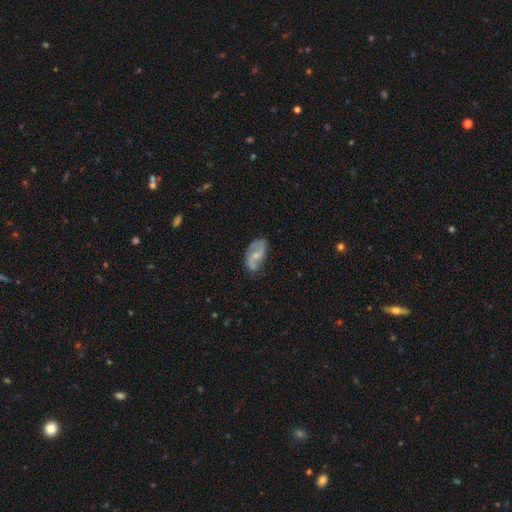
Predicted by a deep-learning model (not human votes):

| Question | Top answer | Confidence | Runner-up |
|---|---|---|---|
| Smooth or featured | featured or disk | 74% | smooth (20%) |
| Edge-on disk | no | 96% | yes (4%) |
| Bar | no | 48% | weak (41%) |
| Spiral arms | yes | 92% | no (8%) |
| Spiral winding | loose | 42% | tied: medium (42%) |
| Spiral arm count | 2 | 87% | can't tell (6%) |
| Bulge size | small | 54% | moderate (35%) |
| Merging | none | 69% | minor disturbance (21%) |